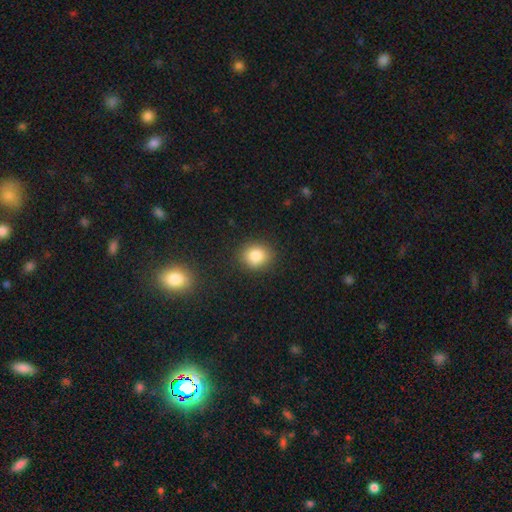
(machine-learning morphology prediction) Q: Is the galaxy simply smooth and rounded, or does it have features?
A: smooth — 84%.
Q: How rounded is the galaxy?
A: round — 68%.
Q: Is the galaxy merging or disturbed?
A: none — 86%.